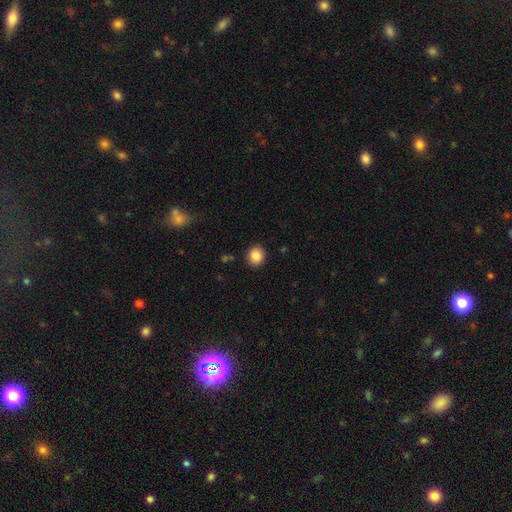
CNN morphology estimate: This is clearly a smooth galaxy (86%). How rounded: clearly round (85%). Merging: clearly none (91%).